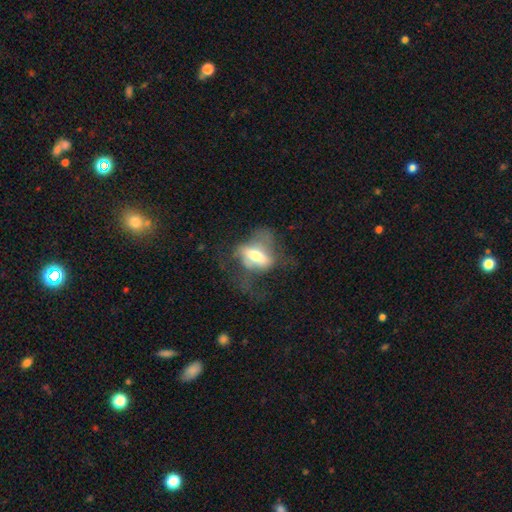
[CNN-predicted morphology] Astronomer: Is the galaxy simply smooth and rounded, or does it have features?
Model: smooth — 47% (runner-up: featured or disk, 43%).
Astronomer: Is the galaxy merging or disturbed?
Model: major disturbance — 48% (runner-up: none, 29%).